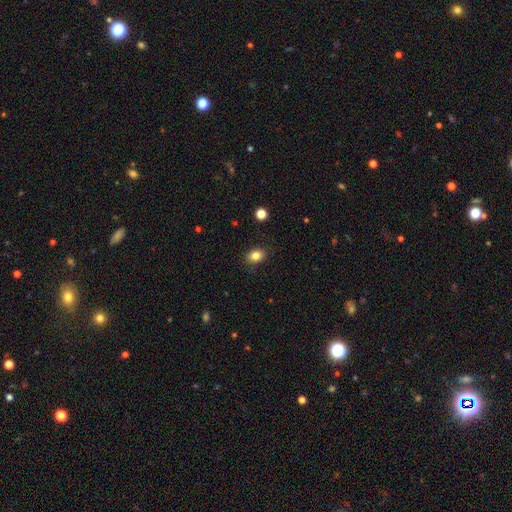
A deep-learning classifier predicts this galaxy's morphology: This appears to be a smooth galaxy with no disk features (83%) that is in between round and cigar-shaped (70%). Merging: none (86%).